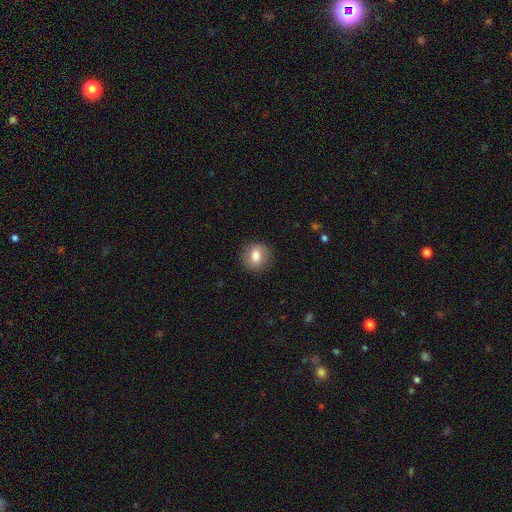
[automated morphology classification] type=smooth (77%); roundness=round (77%); merging=none (88%).